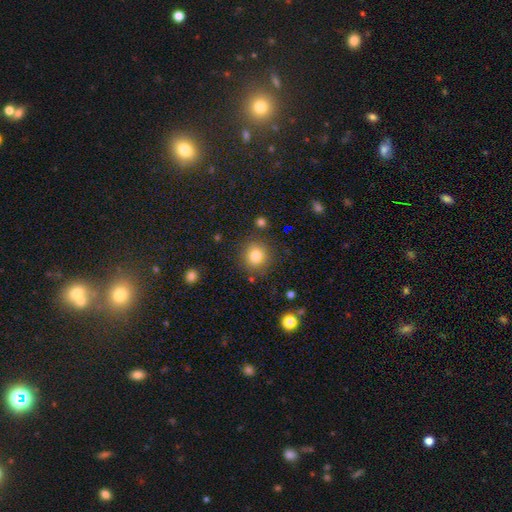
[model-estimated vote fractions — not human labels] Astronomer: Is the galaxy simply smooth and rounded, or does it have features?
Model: smooth — 81%.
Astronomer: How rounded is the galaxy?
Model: round — 88%.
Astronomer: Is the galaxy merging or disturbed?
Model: none — 84%.